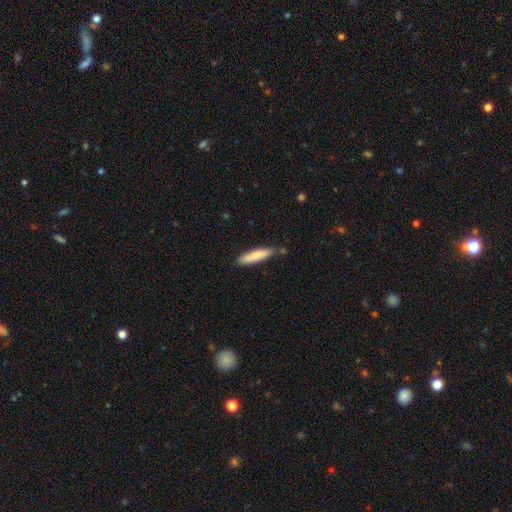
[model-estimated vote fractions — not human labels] A smooth galaxy with no disk features (79%) that is cigar-shaped (81%). Merging: none (77%).